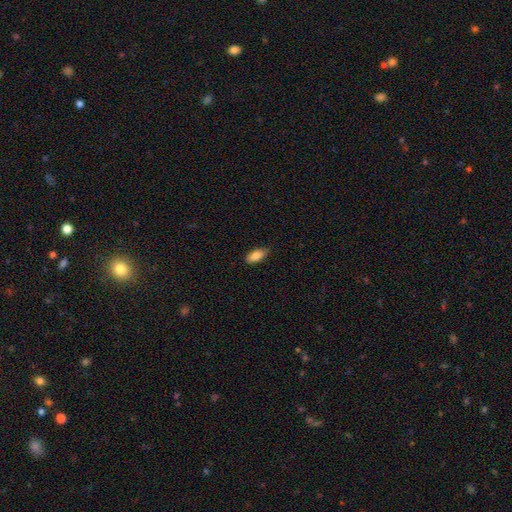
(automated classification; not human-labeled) smooth 84%, featured or disk 9%, star or artifact 7%. Down the decision tree: how rounded — in between (84%); merging — none (81%).